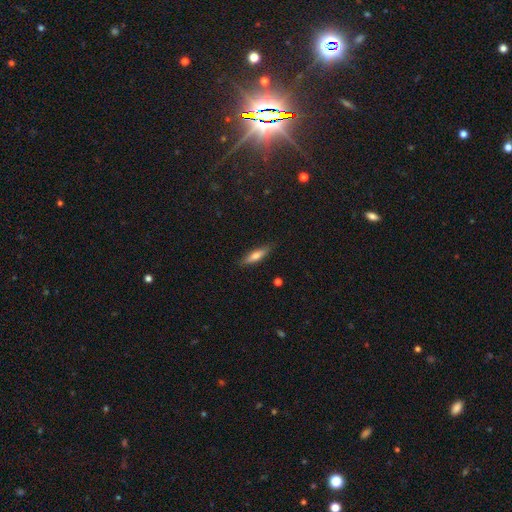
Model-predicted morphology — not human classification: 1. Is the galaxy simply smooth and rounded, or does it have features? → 65% smooth, 28% featured or disk, 7% star or artifact.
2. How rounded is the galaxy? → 70% cigar-shaped, 28% in between, 2% round.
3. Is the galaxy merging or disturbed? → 85% none, 11% minor disturbance, 2% major disturbance, 1% merger.